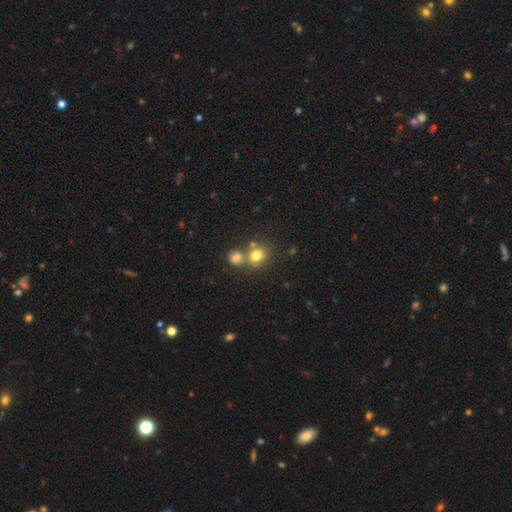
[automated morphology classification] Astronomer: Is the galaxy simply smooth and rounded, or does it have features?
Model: smooth — 77%.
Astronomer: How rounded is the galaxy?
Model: round — 79%.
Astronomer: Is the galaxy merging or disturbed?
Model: none — 52% (runner-up: merger, 36%).